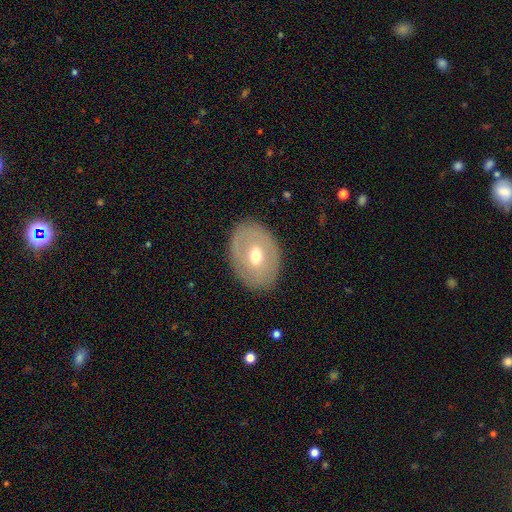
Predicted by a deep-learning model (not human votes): Smooth or featured: smooth — 48% (featured or disk — 45%)
Merging: none — 83% (minor disturbance — 11%)